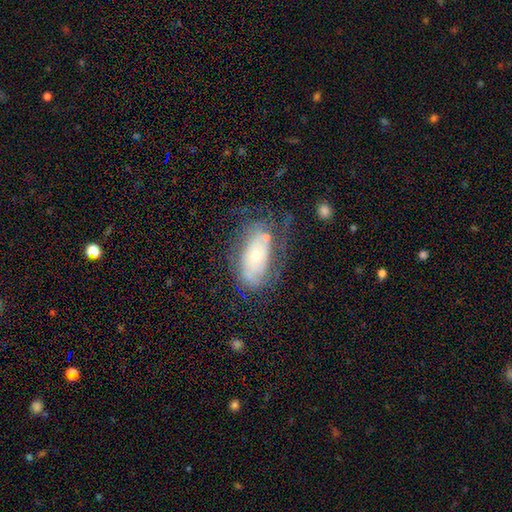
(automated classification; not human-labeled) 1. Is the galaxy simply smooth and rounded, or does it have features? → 58% featured or disk, 34% smooth, 8% star or artifact.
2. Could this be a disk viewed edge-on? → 91% no, 9% yes.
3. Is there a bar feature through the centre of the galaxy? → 82% no, 14% weak, 4% strong.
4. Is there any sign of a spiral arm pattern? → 62% yes, 38% no.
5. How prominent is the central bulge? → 48% small, 43% moderate, 6% large, 2% none, 2% dominant.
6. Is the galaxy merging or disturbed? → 50% none, 25% minor disturbance, 19% major disturbance, 6% merger.